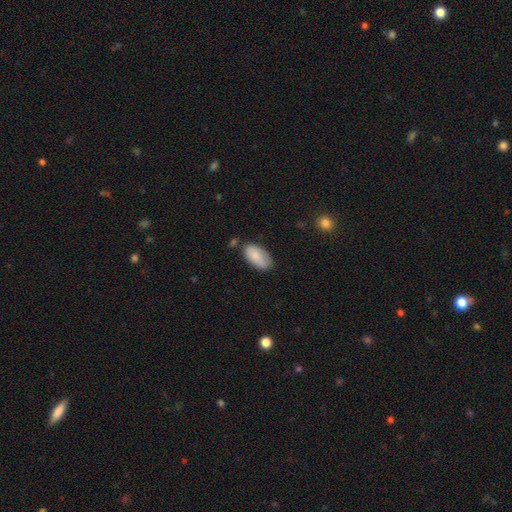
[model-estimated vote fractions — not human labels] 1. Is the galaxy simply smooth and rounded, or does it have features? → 85% smooth, 9% featured or disk, 6% star or artifact.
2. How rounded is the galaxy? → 94% in between, 3% cigar-shaped, 2% round.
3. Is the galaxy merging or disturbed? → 66% none, 23% minor disturbance, 6% merger, 5% major disturbance.